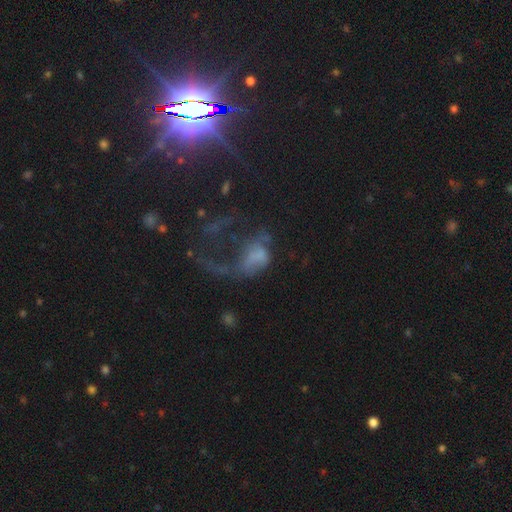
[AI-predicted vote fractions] Smooth or featured? featured or disk (48%)
Merging? major disturbance (64%)